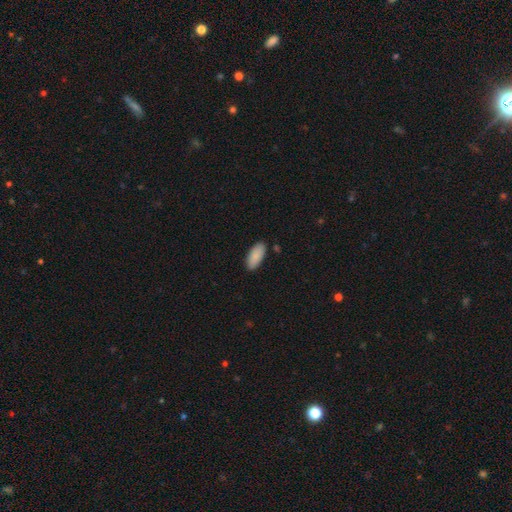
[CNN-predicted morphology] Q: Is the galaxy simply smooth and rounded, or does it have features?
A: smooth — 89%.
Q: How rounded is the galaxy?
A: in between — 88%.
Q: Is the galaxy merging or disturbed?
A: none — 87%.